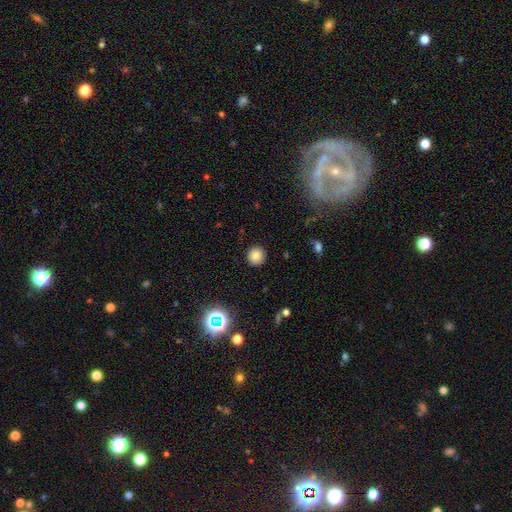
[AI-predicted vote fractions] Smooth or featured? smooth (83%)
How rounded? round (90%)
Merging? none (91%)